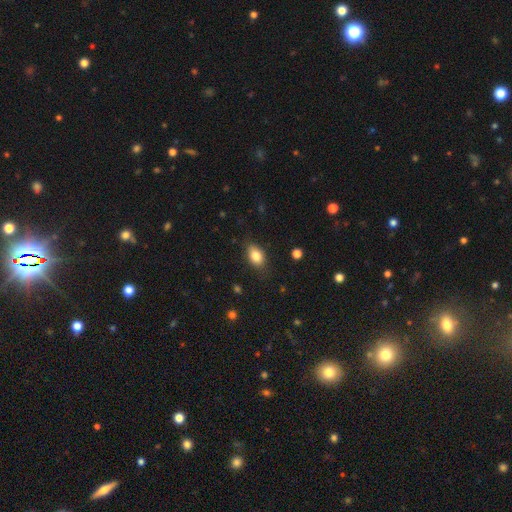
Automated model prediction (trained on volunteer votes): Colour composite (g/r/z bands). It shows a smooth galaxy with no disk features (83%) that is in between round and cigar-shaped (84%). Merging: none (81%).